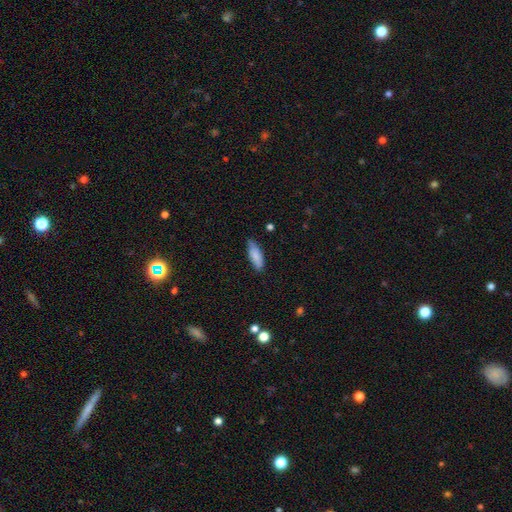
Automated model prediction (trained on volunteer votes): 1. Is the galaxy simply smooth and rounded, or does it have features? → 84% smooth, 10% featured or disk, 6% star or artifact.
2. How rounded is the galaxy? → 67% in between, 31% cigar-shaped, 2% round.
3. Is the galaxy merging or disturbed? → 74% none, 21% minor disturbance, 3% major disturbance, 1% merger.